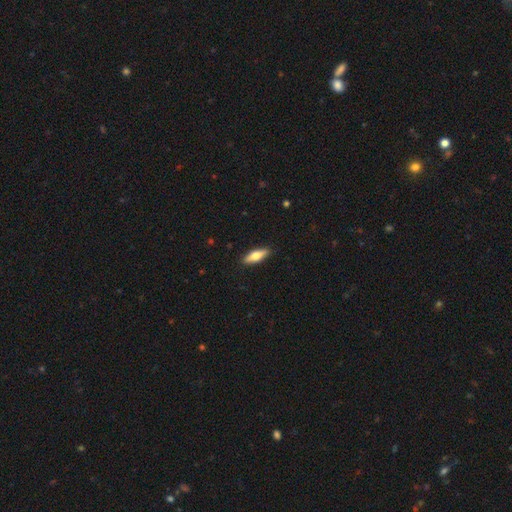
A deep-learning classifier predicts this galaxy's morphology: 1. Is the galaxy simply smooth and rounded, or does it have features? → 57% smooth, 37% featured or disk, 6% star or artifact.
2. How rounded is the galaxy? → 51% in between, 46% cigar-shaped, 3% round.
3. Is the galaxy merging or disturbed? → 90% none, 8% minor disturbance, 2% major disturbance, 1% merger.